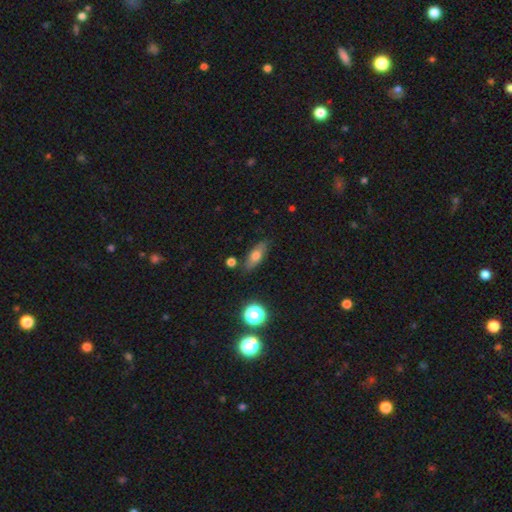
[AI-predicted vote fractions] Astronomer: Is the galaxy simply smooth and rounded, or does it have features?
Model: smooth — 65%.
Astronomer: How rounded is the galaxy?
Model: in between — 68%.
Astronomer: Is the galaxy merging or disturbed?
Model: none — 81%.